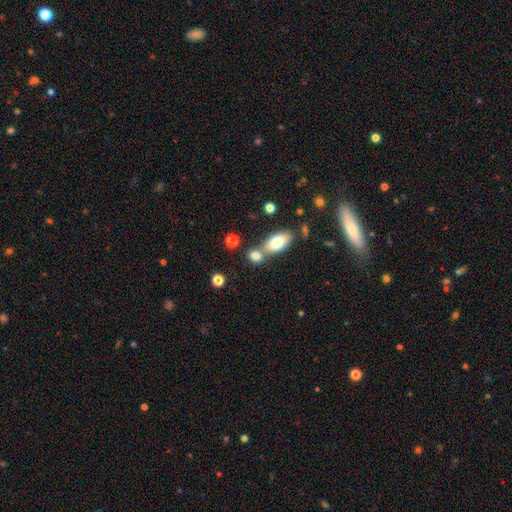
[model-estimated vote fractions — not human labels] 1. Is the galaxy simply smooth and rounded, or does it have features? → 79% smooth, 12% featured or disk, 9% star or artifact.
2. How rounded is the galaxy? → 65% in between, 27% round, 7% cigar-shaped.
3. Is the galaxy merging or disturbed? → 44% none, 43% merger, 9% minor disturbance, 4% major disturbance.